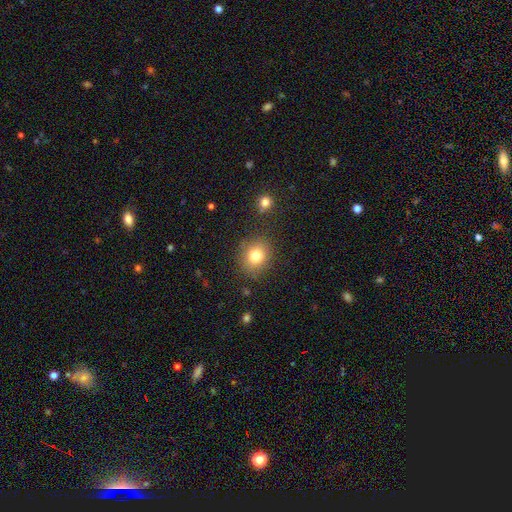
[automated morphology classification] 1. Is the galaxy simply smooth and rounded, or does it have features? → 78% smooth, 12% star or artifact, 9% featured or disk.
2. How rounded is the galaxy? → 72% round, 27% in between, 1% cigar-shaped.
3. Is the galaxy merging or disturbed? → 83% none, 10% minor disturbance, 4% major disturbance, 3% merger.